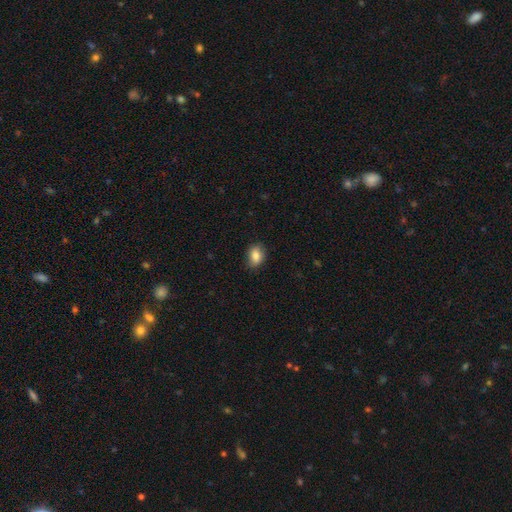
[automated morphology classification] Overall: smooth (85%). How rounded: in between (75%). Merging: none (81%).